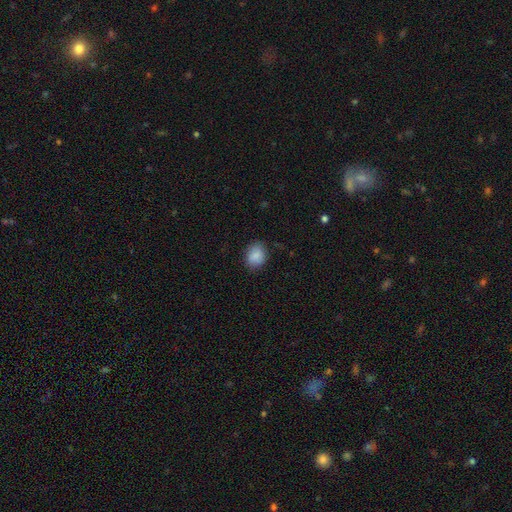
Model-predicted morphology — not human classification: A smooth galaxy with no disk features (86%) that is in between round and cigar-shaped (57%).

Vote fractions:
- Smooth or featured? smooth: 86% / star or artifact: 8% / featured or disk: 6%
- How rounded? in between: 57% / round: 42% / cigar-shaped: 1%
- Merging? none: 80% / minor disturbance: 16% / major disturbance: 4% / merger: 1%